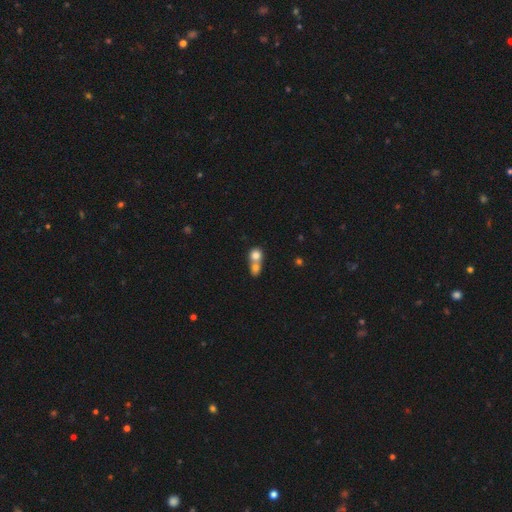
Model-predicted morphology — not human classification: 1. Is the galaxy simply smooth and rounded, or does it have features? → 77% smooth, 14% featured or disk, 10% star or artifact.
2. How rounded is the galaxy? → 77% round, 21% in between, 1% cigar-shaped.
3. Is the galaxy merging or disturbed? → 68% merger, 25% none, 5% minor disturbance, 2% major disturbance.